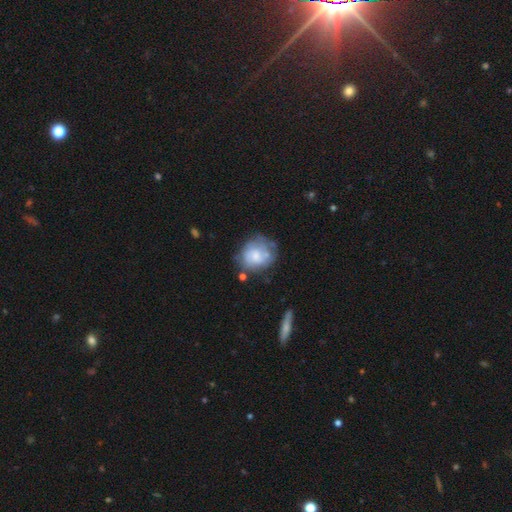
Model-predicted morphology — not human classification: A featured or disk galaxy (51%) with no bar (63%), spiral arms (62%) and a small central bulge (40%). Merging: none (54%).